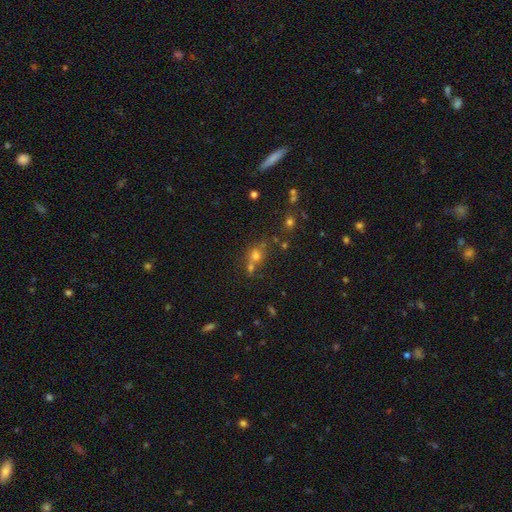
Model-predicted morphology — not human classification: type=smooth (63%); roundness=round (76%); merging=none (46%).